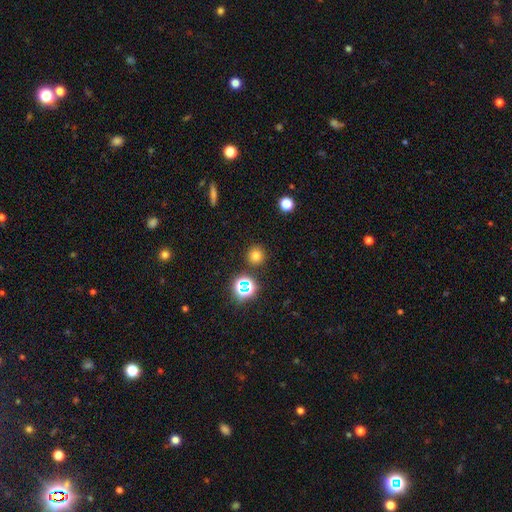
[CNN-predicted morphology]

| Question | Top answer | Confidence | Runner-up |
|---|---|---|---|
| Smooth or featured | smooth | 73% | star or artifact (21%) |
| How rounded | round | 94% | in between (5%) |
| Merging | none | 88% | minor disturbance (6%) |